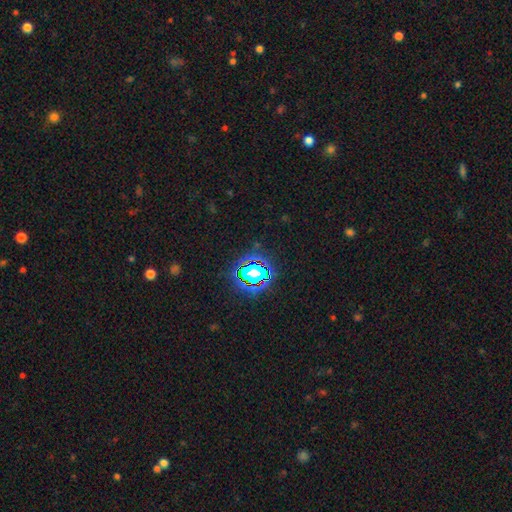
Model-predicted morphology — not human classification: type=star or artifact (79%).